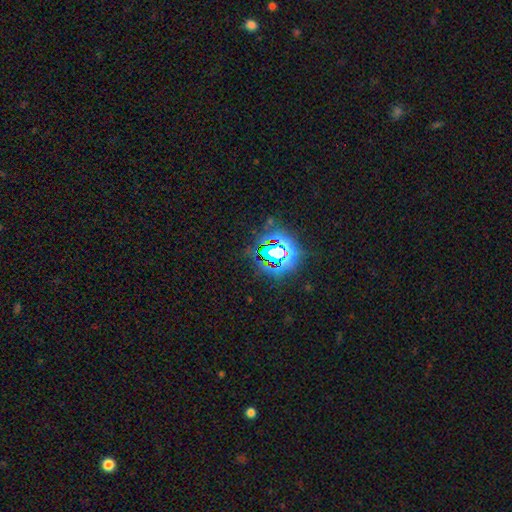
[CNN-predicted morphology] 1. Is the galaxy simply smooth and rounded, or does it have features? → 78% star or artifact, 12% smooth, 10% featured or disk.